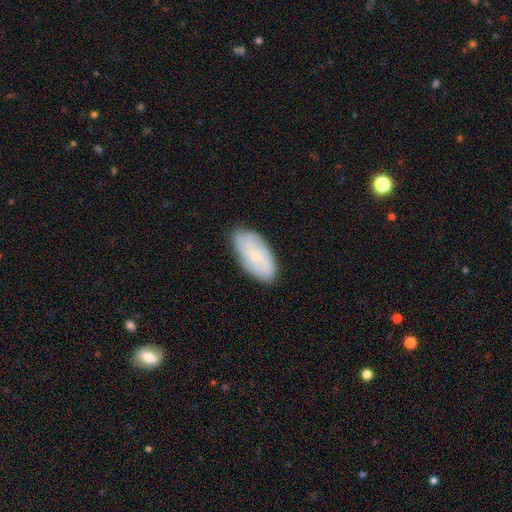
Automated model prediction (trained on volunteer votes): This appears to be a featured or disk galaxy (50%). Merging: none (80%).